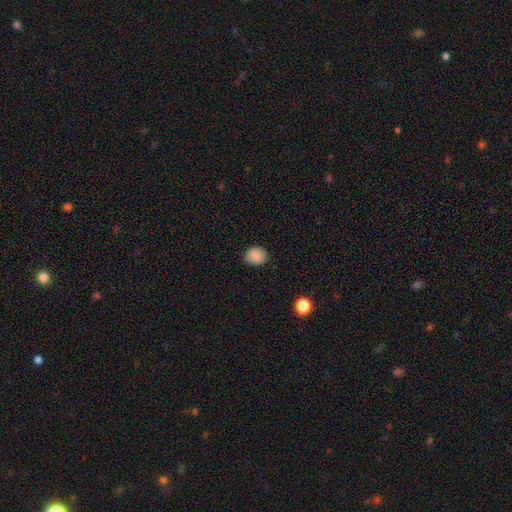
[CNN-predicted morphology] smooth_or_featured: smooth (p=0.87) [alt: star or artifact p=0.09]
how_rounded: round (p=0.71) [alt: in between p=0.28]
merging: none (p=0.86) [alt: minor disturbance p=0.11]